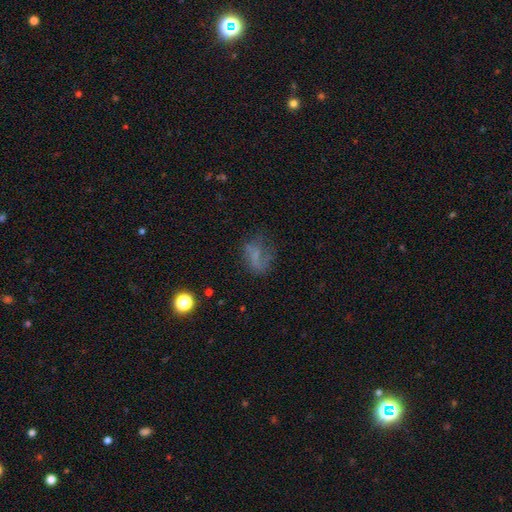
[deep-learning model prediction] This is possibly a smooth galaxy (46%). Merging: possibly none (46%).